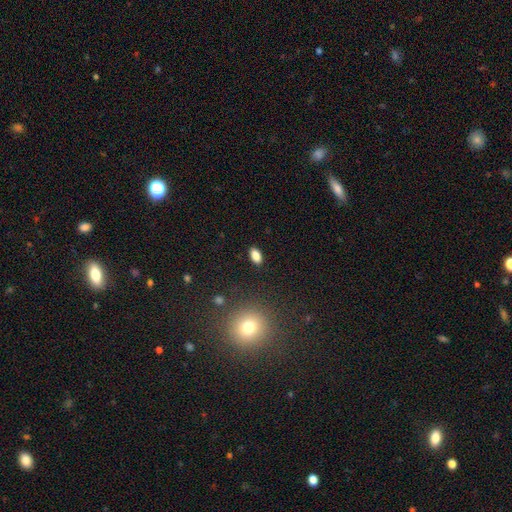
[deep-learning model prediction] Smooth or featured: smooth — 84% (star or artifact — 10%)
How rounded: in between — 90% (round — 6%)
Merging: none — 89% (minor disturbance — 8%)